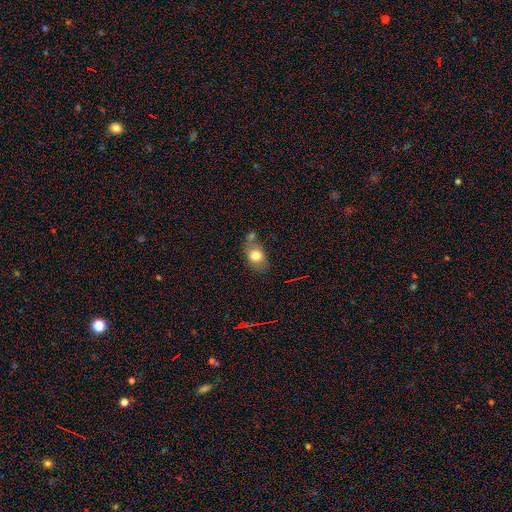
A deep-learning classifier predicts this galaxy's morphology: Smooth or featured?
  - smooth: 75% *
  - featured or disk: 15%
  - star or artifact: 9%
How rounded?
  - in between: 74% *
  - round: 25%
  - cigar-shaped: 2%
Merging?
  - none: 51% *
  - minor disturbance: 22%
  - merger: 20%
  - major disturbance: 7%